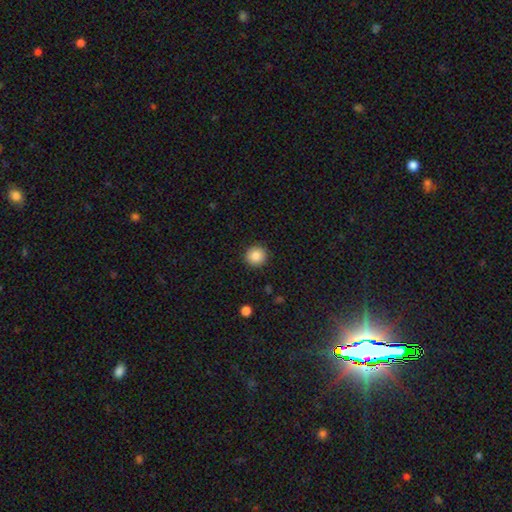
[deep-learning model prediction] smooth-or-featured: smooth: 86% | star or artifact: 9% | featured or disk: 5%
  how-rounded: round: 93% | in between: 6% | cigar-shaped: 1%
  merging: none: 92% | minor disturbance: 5% | major disturbance: 2% | merger: 1%